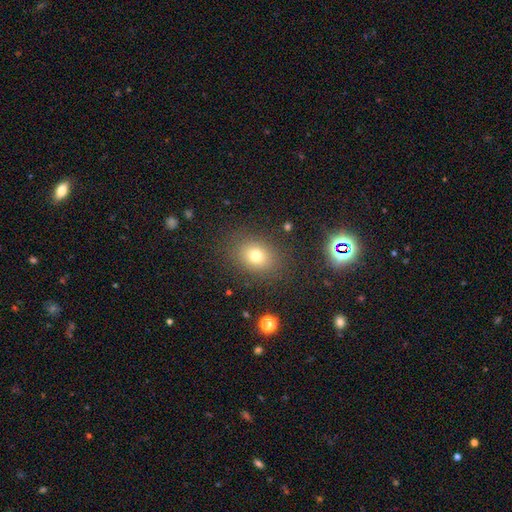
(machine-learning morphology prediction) The model was most divided on "how rounded": in between: 54%, round: 45%, cigar-shaped: 1%. More confident: merging — none (84%); smooth or featured — smooth (75%).